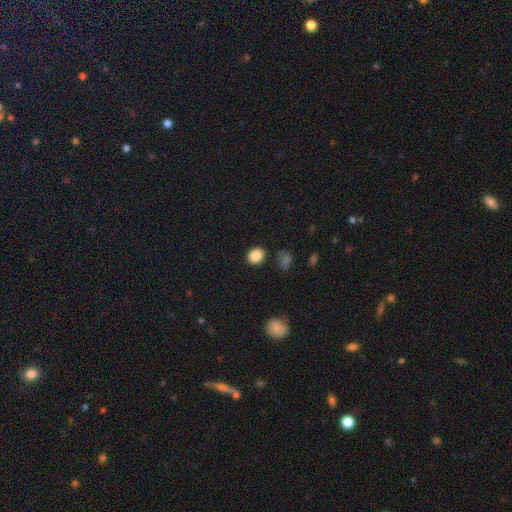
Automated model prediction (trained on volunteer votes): Q: Smooth or featured?
A: smooth (87%); runner-up: star or artifact (9%)
Q: How rounded?
A: round (61%); runner-up: in between (38%)
Q: Merging?
A: none (84%); runner-up: minor disturbance (10%)